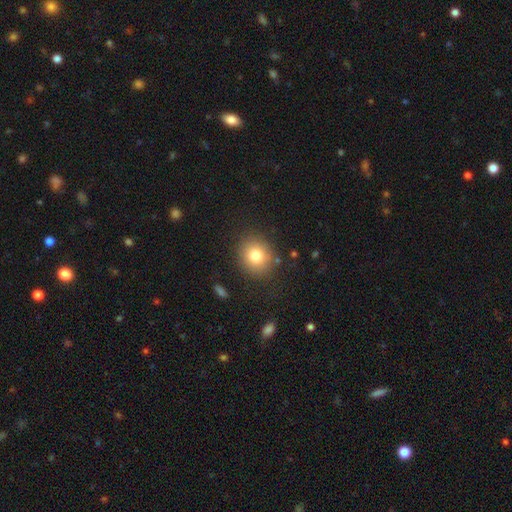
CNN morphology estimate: Smooth or featured? Predicted: smooth (p=0.80). How rounded? Predicted: round (p=0.79). Merging? Predicted: none (p=0.85).